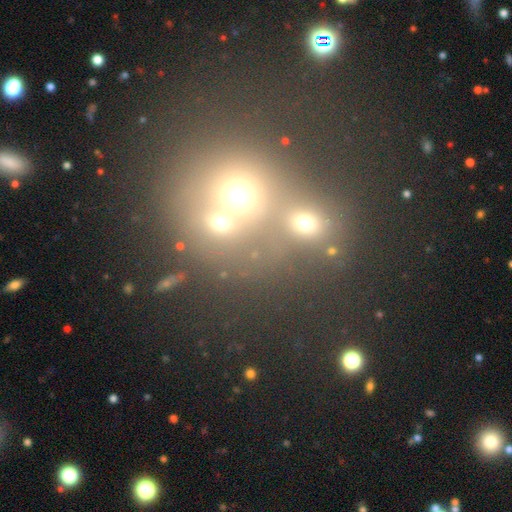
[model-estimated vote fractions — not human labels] smooth 48%, star or artifact 36%, featured or disk 16%. Down the decision tree: merging — merger (49%).